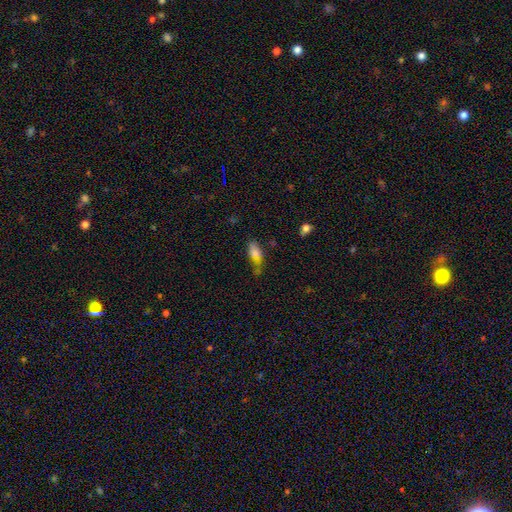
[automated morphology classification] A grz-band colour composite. It shows a smooth galaxy with no disk features (73%) that is in between round and cigar-shaped (74%). Merging: none (42%).